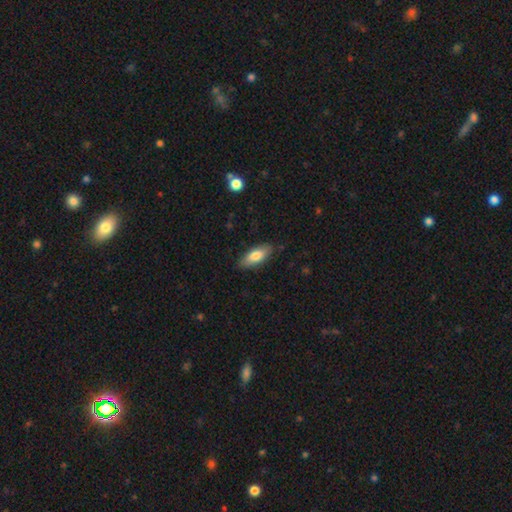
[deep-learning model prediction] smooth 79%, featured or disk 15%, star or artifact 6%. Down the decision tree: how rounded — in between (79%); merging — none (83%).